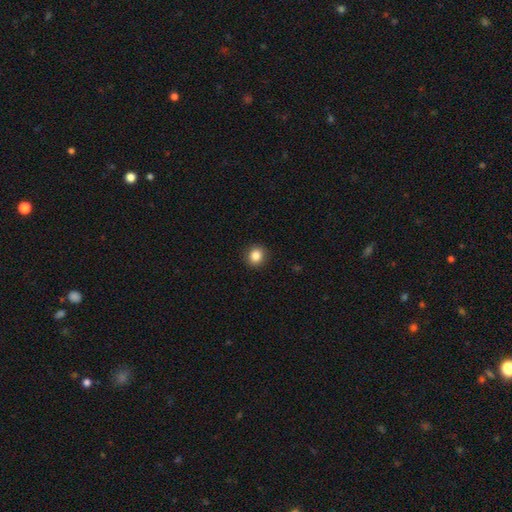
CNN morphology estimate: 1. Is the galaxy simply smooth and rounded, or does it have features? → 86% smooth, 10% star or artifact, 4% featured or disk.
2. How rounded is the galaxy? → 86% round, 13% in between, 1% cigar-shaped.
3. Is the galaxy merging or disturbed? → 91% none, 6% minor disturbance, 2% major disturbance, 1% merger.